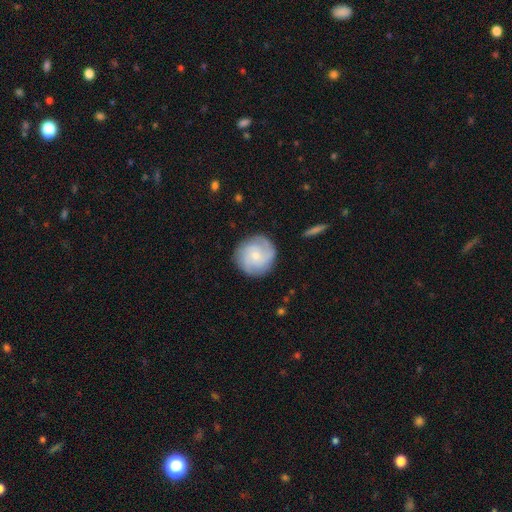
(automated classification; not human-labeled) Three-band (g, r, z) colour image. It shows a featured or disk galaxy (65%) with no bar (71%), 3 (36%) tight (52%) spiral arms (92%) and a small central bulge (64%). Merging: none (85%).